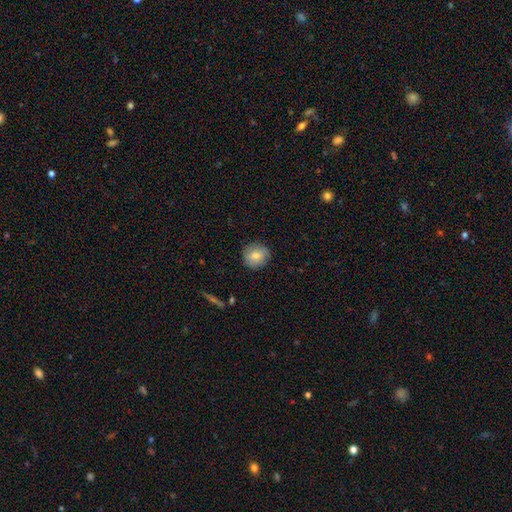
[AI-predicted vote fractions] Q: Smooth or featured?
A: smooth (75%); runner-up: featured or disk (17%)
Q: How rounded?
A: round (86%); runner-up: in between (13%)
Q: Merging?
A: none (84%); runner-up: minor disturbance (12%)